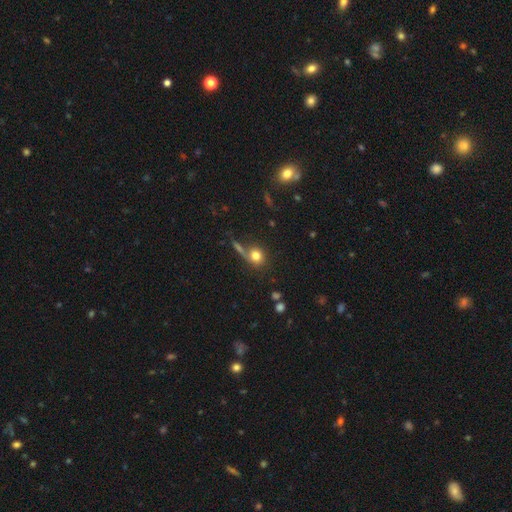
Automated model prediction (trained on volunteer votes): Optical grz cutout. It shows a smooth galaxy with no disk features (77%) that is round (82%). Merging: none (61%).